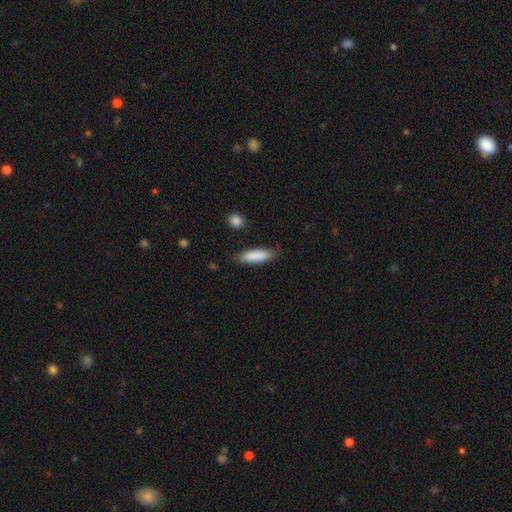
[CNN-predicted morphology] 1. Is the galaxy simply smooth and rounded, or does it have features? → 86% smooth, 8% featured or disk, 6% star or artifact.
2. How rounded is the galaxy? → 58% cigar-shaped, 40% in between, 2% round.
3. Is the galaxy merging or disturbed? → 83% none, 13% minor disturbance, 3% major disturbance, 2% merger.